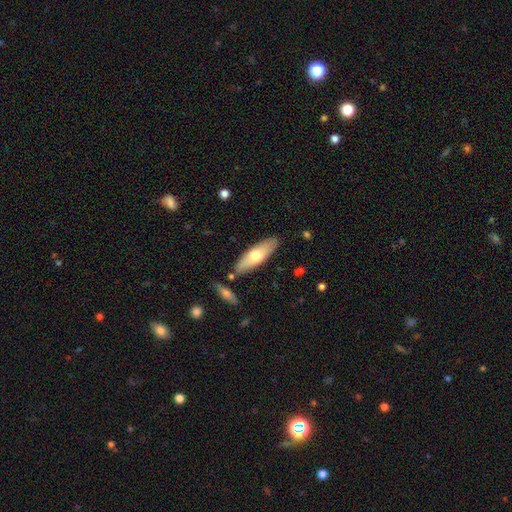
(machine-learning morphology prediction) Smooth or featured: smooth — 61% (featured or disk — 33%)
How rounded: in between — 55% (cigar-shaped — 43%)
Merging: none — 84% (minor disturbance — 10%)